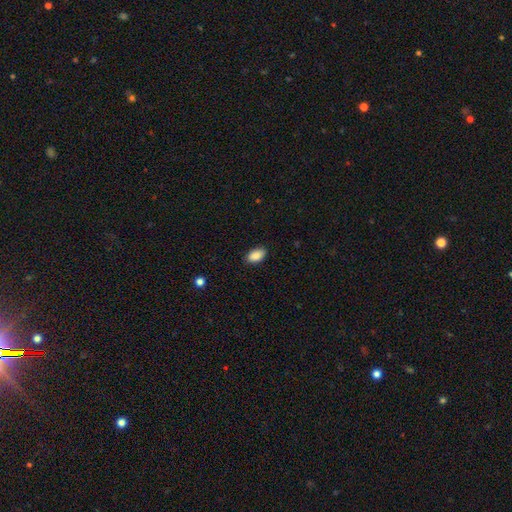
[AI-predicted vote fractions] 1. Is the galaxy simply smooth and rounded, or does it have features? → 89% smooth, 7% star or artifact, 4% featured or disk.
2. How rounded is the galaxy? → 93% in between, 5% round, 2% cigar-shaped.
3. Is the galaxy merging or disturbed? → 87% none, 10% minor disturbance, 2% major disturbance, 1% merger.